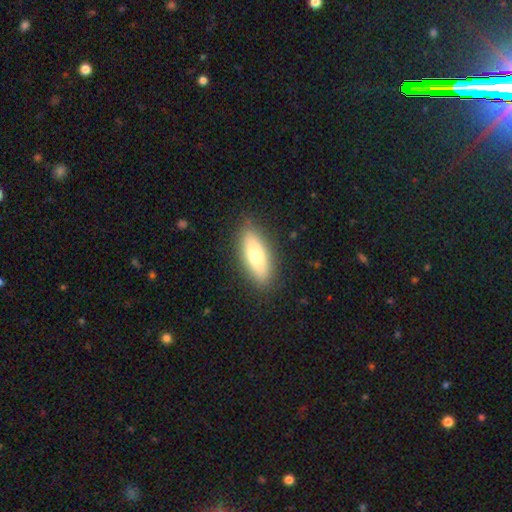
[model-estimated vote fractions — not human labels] Smooth or featured: smooth — 71% (featured or disk — 22%)
How rounded: in between — 70% (cigar-shaped — 28%)
Merging: none — 87% (minor disturbance — 10%)